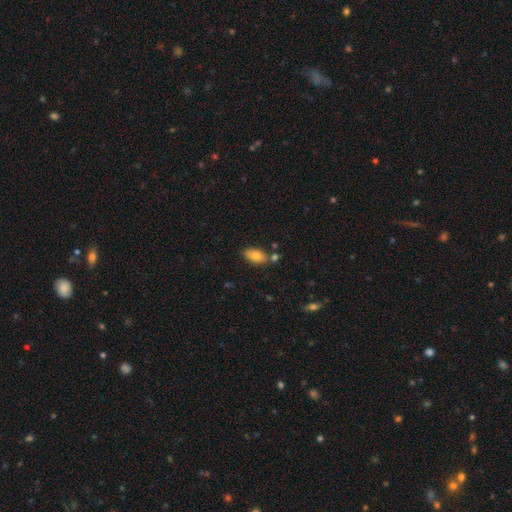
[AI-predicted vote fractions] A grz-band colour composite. It shows a smooth galaxy with no disk features (78%) that is in between round and cigar-shaped (92%). Merging: none (72%).